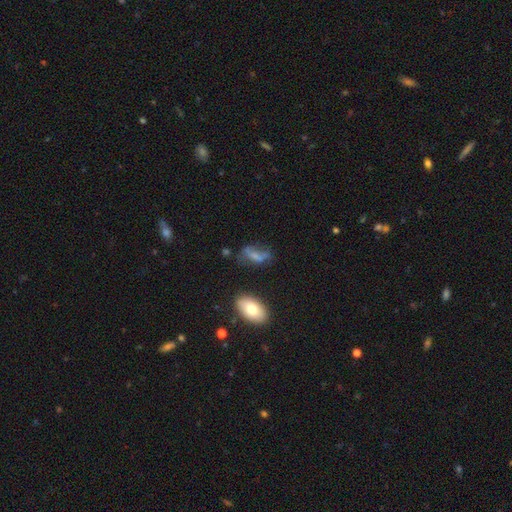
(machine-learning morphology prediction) smooth 52%, featured or disk 34%, star or artifact 15%. Down the decision tree: how rounded — in between (77%); merging — none (41%).